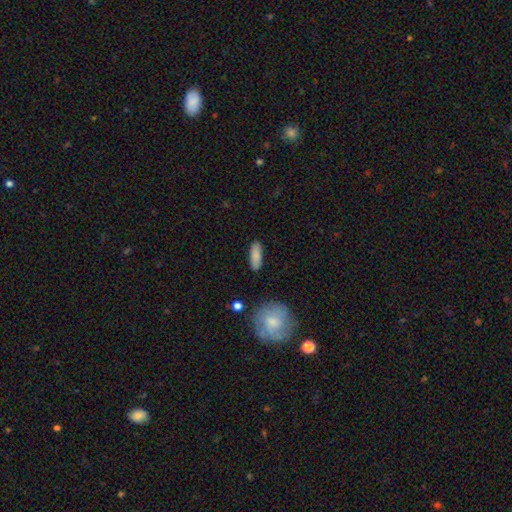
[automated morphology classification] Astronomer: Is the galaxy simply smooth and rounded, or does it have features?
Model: smooth — 85%.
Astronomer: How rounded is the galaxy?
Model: in between — 56% (runner-up: cigar-shaped, 42%).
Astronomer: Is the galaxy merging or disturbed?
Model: none — 86%.